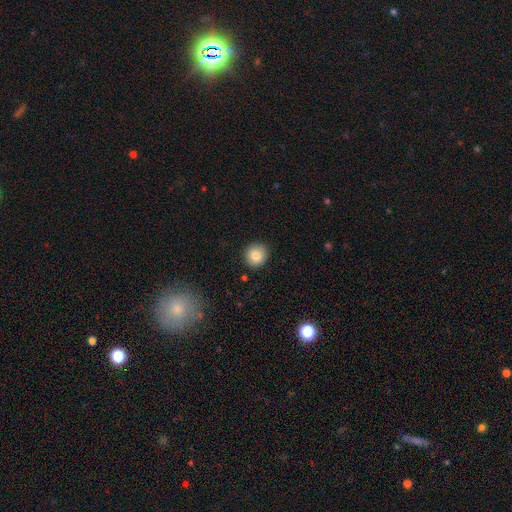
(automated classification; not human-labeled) Smooth or featured: smooth — 85% (star or artifact — 9%)
How rounded: round — 89% (in between — 10%)
Merging: none — 89% (minor disturbance — 8%)